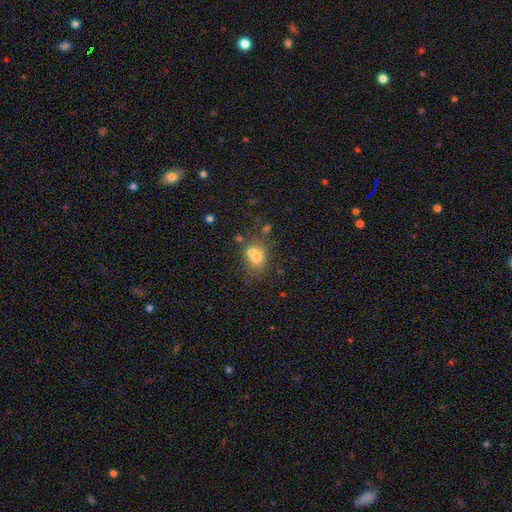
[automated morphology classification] Smooth or featured? smooth (69%)
How rounded? round (50%)
Merging? merger (43%)